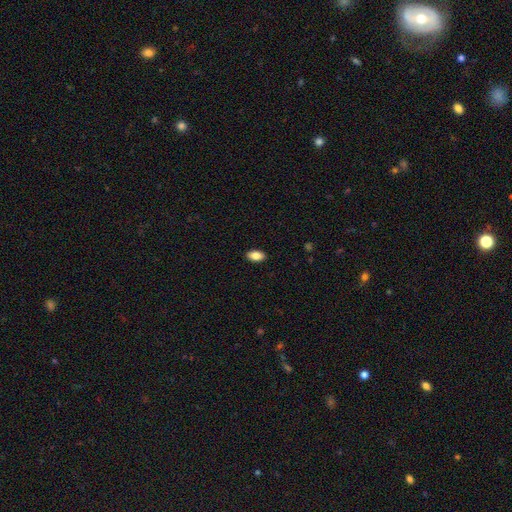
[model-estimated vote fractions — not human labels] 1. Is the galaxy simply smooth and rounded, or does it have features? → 84% smooth, 9% featured or disk, 7% star or artifact.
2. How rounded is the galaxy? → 91% in between, 5% cigar-shaped, 4% round.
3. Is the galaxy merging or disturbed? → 90% none, 8% minor disturbance, 2% major disturbance, 1% merger.